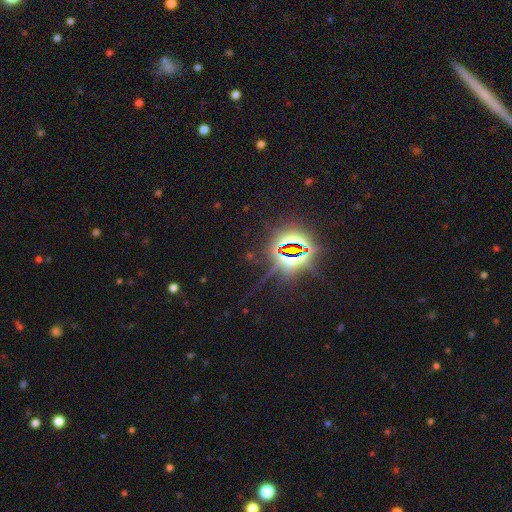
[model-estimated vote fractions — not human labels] smooth-or-featured: star or artifact: 84% | featured or disk: 9% | smooth: 8%